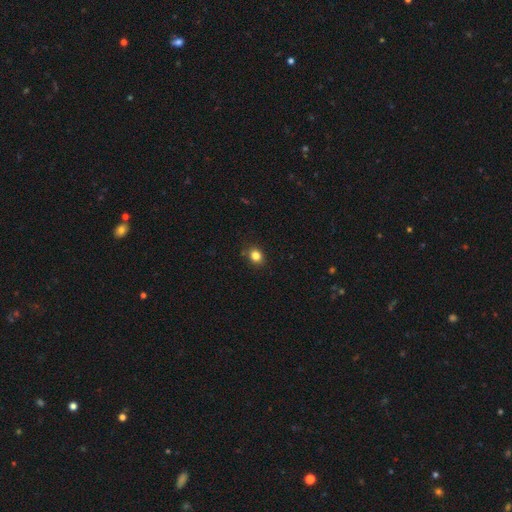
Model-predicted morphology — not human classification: Overall: smooth (83%). How rounded: round (62%; in between 37%). Merging: none (86%).